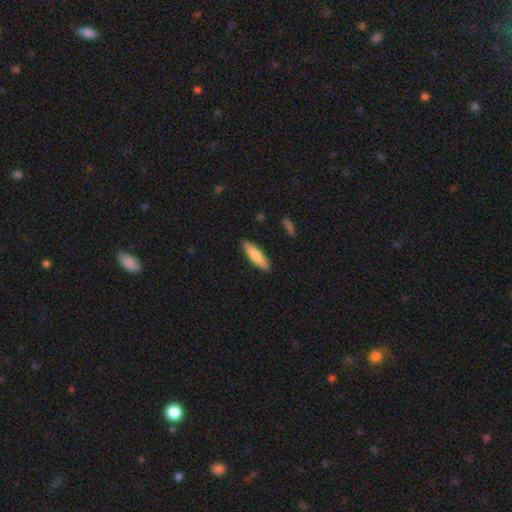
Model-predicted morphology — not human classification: Smooth or featured: smooth — 78% (featured or disk — 17%)
How rounded: cigar-shaped — 74% (in between — 24%)
Merging: none — 88% (minor disturbance — 9%)